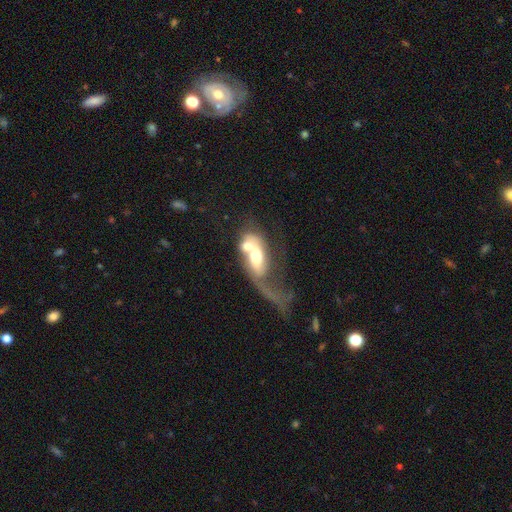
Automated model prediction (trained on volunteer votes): Morphology: type=featured or disk (49%); merging=merger (59%).